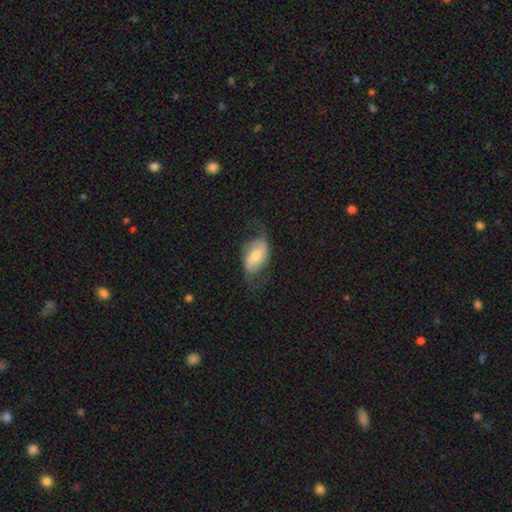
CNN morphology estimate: smooth-or-featured: featured or disk: 54% | smooth: 39% | star or artifact: 7%
  disk-edge-on: no: 94% | yes: 6%
    bar: weak: 40% | no: 33% | strong: 27%
    has-spiral-arms: yes: 80% | no: 20%
    bulge-size: moderate: 52% | small: 29% | large: 12% | none: 4% | dominant: 3%
  merging: none: 52% | minor disturbance: 23% | major disturbance: 23% | merger: 2%